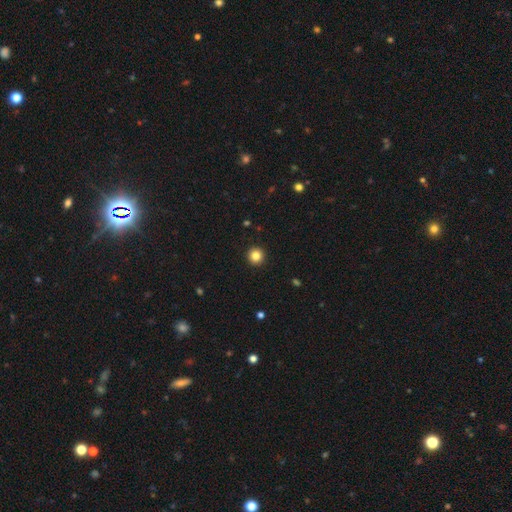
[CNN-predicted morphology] Smooth or featured? smooth (84%)
How rounded? round (96%)
Merging? none (94%)